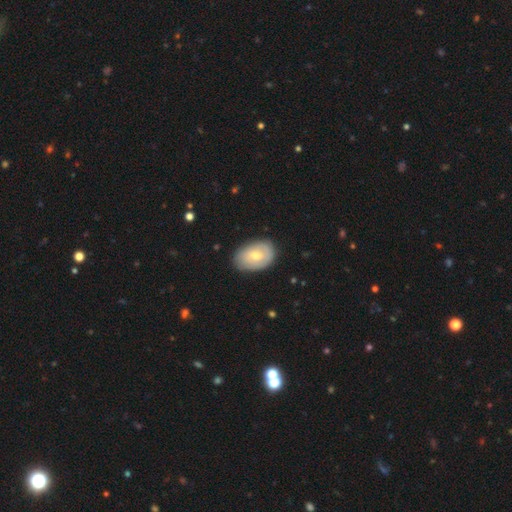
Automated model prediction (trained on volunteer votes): Q: Smooth or featured?
A: smooth (62%); runner-up: featured or disk (32%)
Q: How rounded?
A: in between (85%); runner-up: round (14%)
Q: Merging?
A: none (79%); runner-up: minor disturbance (16%)